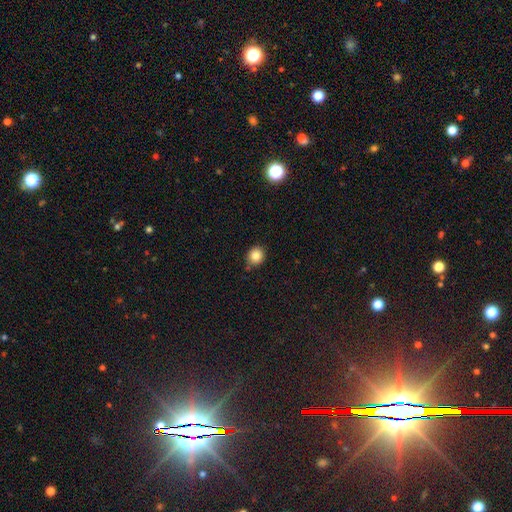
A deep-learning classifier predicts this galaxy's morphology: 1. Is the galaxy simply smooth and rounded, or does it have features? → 83% smooth, 11% star or artifact, 6% featured or disk.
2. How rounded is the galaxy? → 79% round, 20% in between, 1% cigar-shaped.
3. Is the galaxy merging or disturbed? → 83% none, 12% minor disturbance, 4% merger, 2% major disturbance.